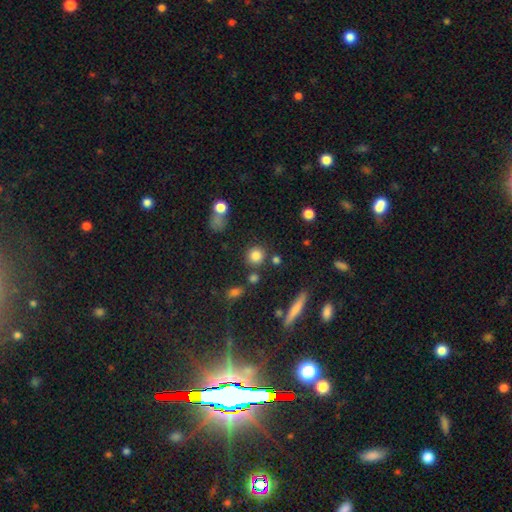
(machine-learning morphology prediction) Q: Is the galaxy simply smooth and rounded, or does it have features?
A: smooth — 82%.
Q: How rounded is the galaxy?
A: round — 89%.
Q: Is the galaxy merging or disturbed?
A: none — 80%.